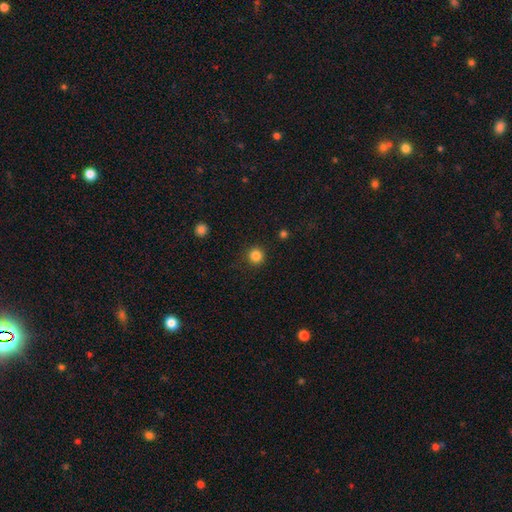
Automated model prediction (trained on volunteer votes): Smooth or featured?
  - smooth: 84% *
  - star or artifact: 12%
  - featured or disk: 4%
How rounded?
  - round: 95% *
  - in between: 4%
  - cigar-shaped: 1%
Merging?
  - none: 90% *
  - minor disturbance: 7%
  - major disturbance: 2%
  - merger: 1%